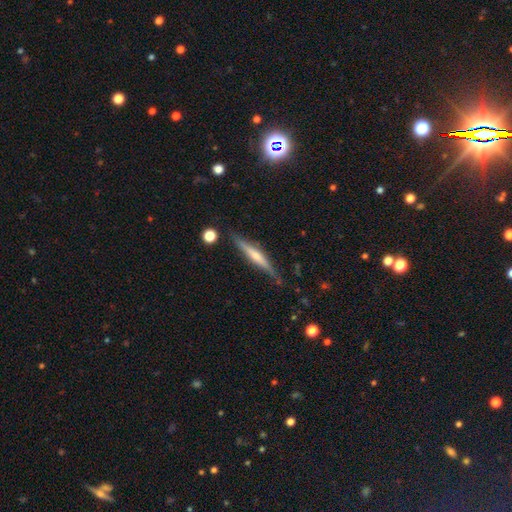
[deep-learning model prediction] smooth-or-featured: featured or disk: 57% | smooth: 37% | star or artifact: 6%
  disk-edge-on: yes: 96% | no: 4%
    edge-on-bulge: rounded: 56% | none: 29% | boxy: 16%
  merging: none: 80% | minor disturbance: 14% | major disturbance: 3% | merger: 3%